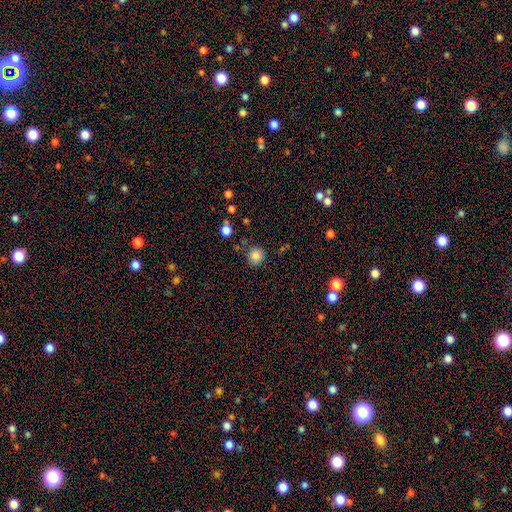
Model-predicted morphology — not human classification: This is clearly a smooth galaxy (85%). How rounded: clearly round (92%). Merging: clearly none (82%).